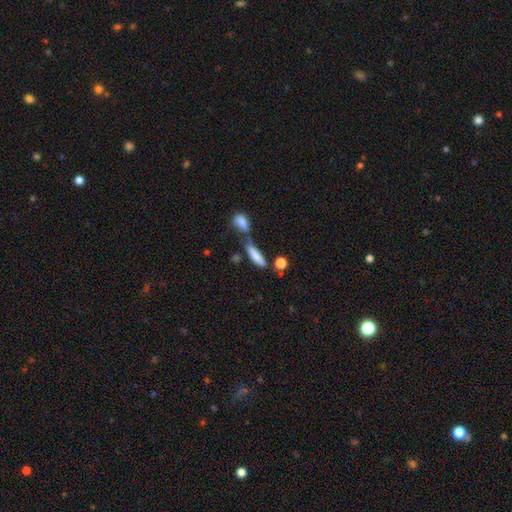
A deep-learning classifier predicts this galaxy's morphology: A smooth galaxy with no disk features (81%) that is cigar-shaped (62%). Merging: none (46%).